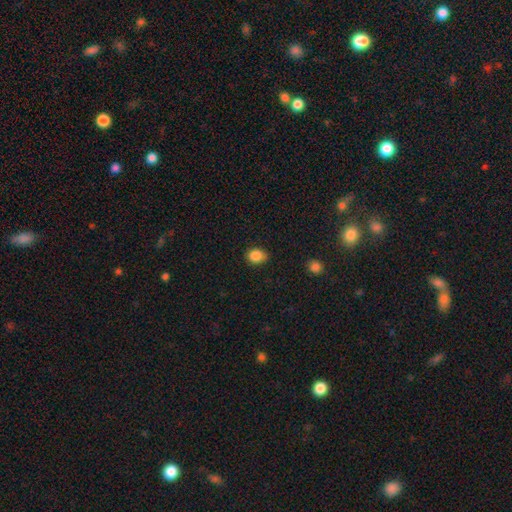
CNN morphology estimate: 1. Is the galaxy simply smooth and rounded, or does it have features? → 86% smooth, 10% star or artifact, 4% featured or disk.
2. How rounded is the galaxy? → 56% round, 43% in between, 1% cigar-shaped.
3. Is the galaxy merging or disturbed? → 81% none, 15% minor disturbance, 3% major disturbance, 1% merger.